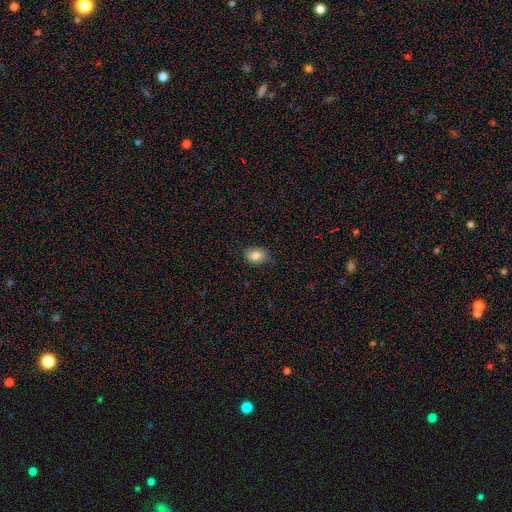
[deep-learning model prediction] smooth_or_featured: smooth (p=0.84) [alt: star or artifact p=0.08]
how_rounded: in between (p=0.70) [alt: round p=0.29]
merging: none (p=0.73) [alt: minor disturbance p=0.22]